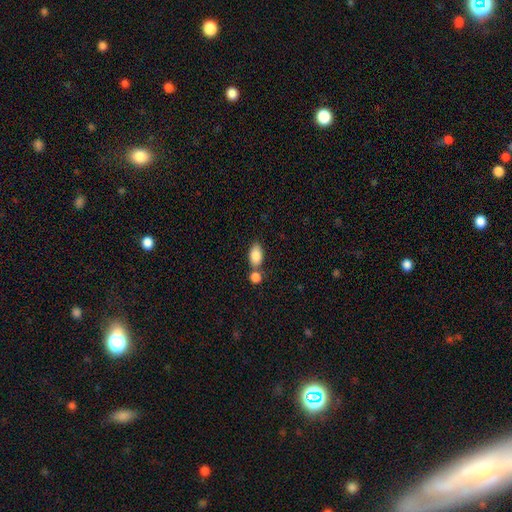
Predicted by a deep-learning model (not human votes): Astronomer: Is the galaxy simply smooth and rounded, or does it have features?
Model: smooth — 85%.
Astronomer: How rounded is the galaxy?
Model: in between — 89%.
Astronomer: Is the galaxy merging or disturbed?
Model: none — 53% (runner-up: merger, 32%).